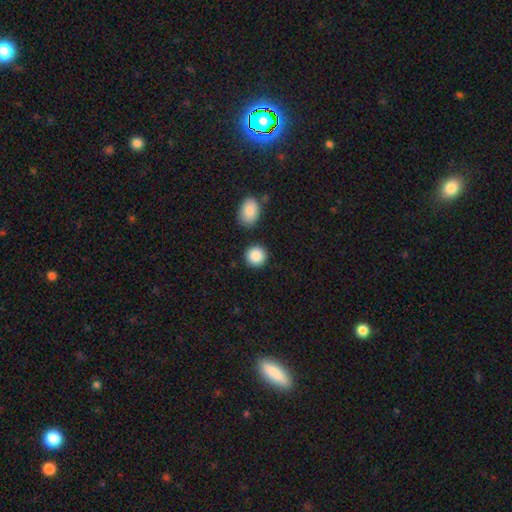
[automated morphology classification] Smooth or featured? smooth (89%)
How rounded? round (91%)
Merging? none (87%)